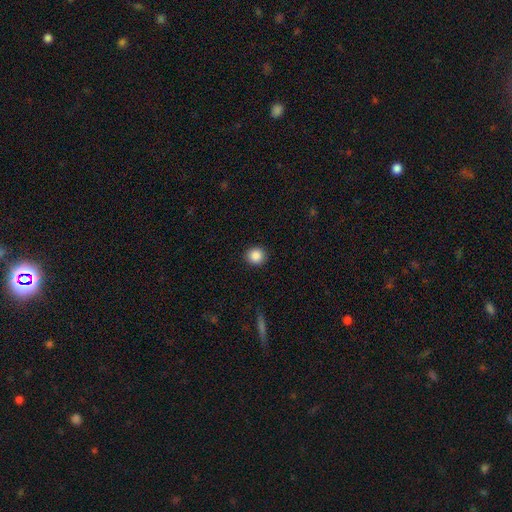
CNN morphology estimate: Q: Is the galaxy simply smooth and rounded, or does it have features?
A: smooth — 87%.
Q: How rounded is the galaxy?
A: round — 89%.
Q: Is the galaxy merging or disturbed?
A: none — 91%.